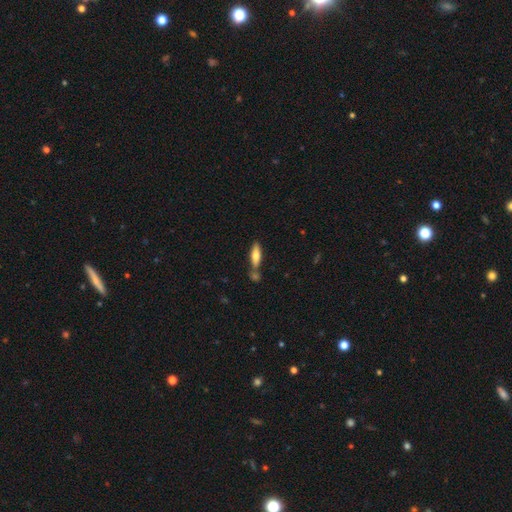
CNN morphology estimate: The model was most divided on "how rounded": cigar-shaped: 54%, in between: 44%, round: 2%. More confident: smooth or featured — smooth (68%); merging — none (63%).